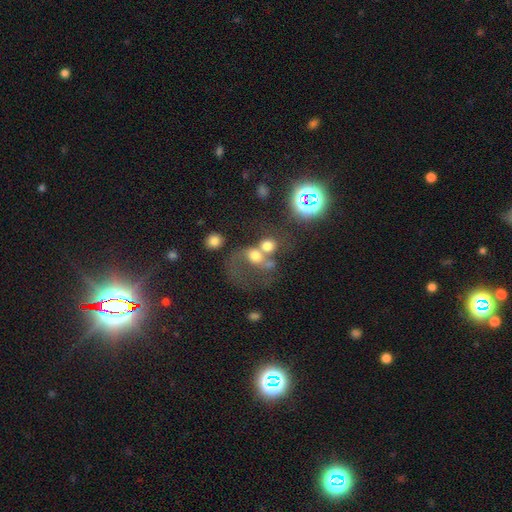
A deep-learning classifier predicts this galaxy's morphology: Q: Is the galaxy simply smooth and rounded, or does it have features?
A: smooth — 49%.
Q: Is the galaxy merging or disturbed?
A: merger — 55%.